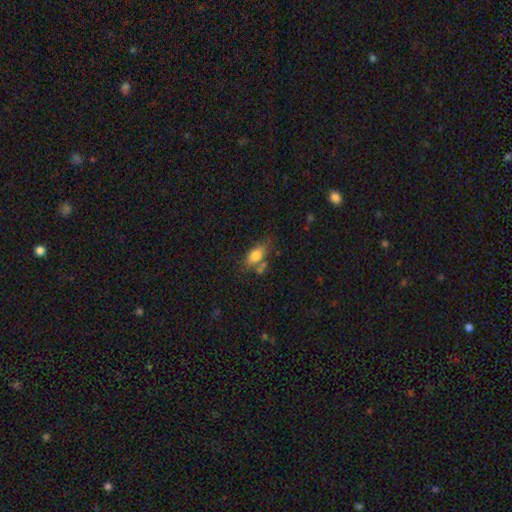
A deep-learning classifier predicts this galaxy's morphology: Q: Smooth or featured?
A: smooth (76%); runner-up: featured or disk (15%)
Q: How rounded?
A: in between (82%); runner-up: cigar-shaped (11%)
Q: Merging?
A: none (53%); runner-up: minor disturbance (22%)